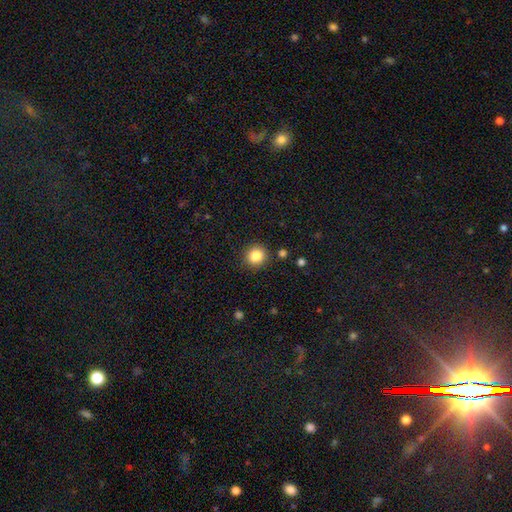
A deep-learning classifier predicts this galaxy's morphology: smooth-or-featured: smooth: 84% | star or artifact: 11% | featured or disk: 5%
  how-rounded: round: 89% | in between: 10% | cigar-shaped: 1%
  merging: none: 88% | minor disturbance: 7% | merger: 2% | major disturbance: 2%